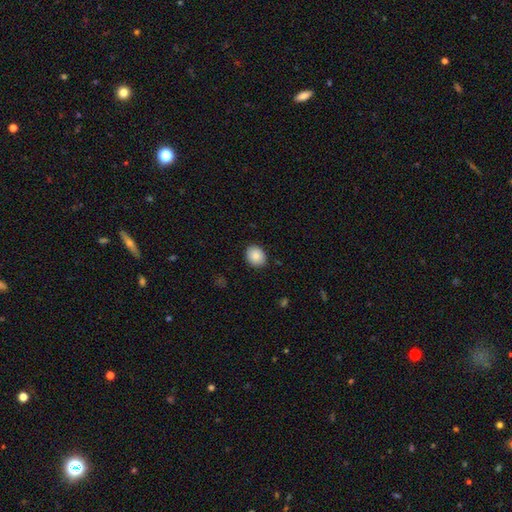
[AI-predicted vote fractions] smooth 86%, star or artifact 8%, featured or disk 6%. Down the decision tree: how rounded — round (59%); merging — none (87%).